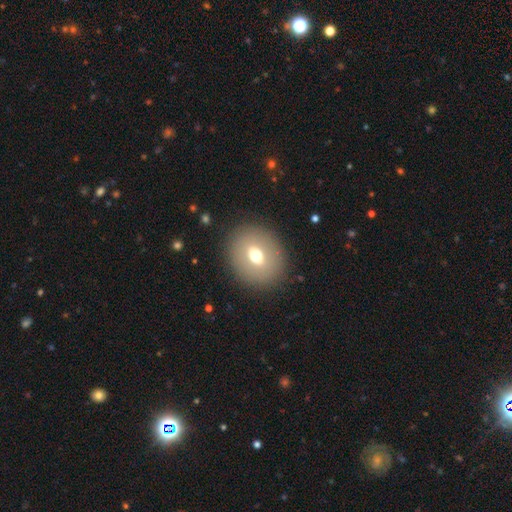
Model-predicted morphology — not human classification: Smooth or featured? smooth (64%)
How rounded? round (65%)
Merging? none (87%)